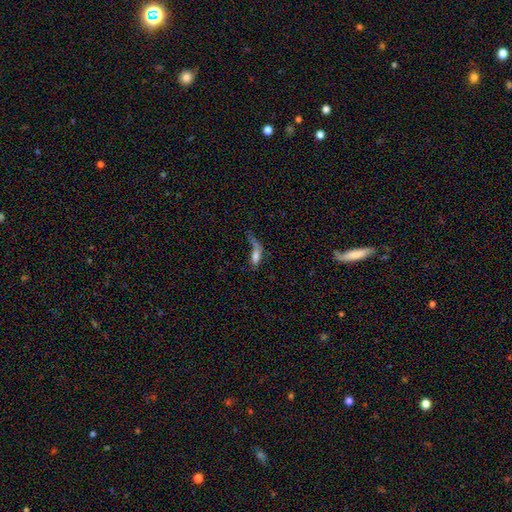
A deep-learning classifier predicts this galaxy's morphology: Smooth or featured: smooth — 65% (featured or disk — 23%)
How rounded: in between — 60% (cigar-shaped — 35%)
Merging: major disturbance — 48% (none — 23%)